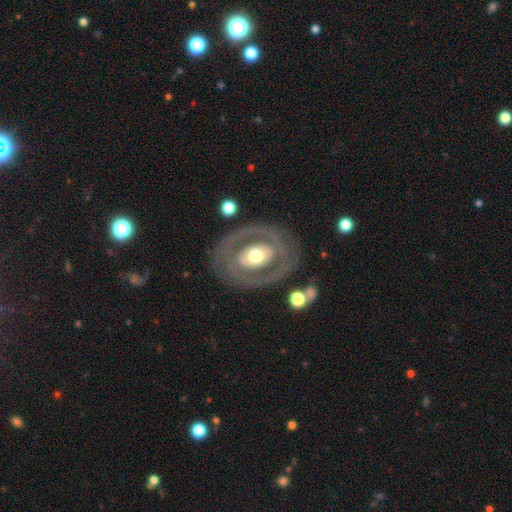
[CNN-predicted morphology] A featured or disk galaxy (66%) with no bar (70%), no spiral arms (73%) and a moderate central bulge (60%).

Vote fractions:
- Smooth or featured? featured or disk: 66% / smooth: 28% / star or artifact: 5%
- Edge-on disk? no: 94% / yes: 6%
- Bar? no: 70% / weak: 17% / strong: 13%
- Spiral arms? no: 73% / yes: 27%
- Bulge size? moderate: 60% / large: 27% / small: 9% / dominant: 3% / none: 1%
- Merging? none: 79% / minor disturbance: 11% / major disturbance: 7% / merger: 2%